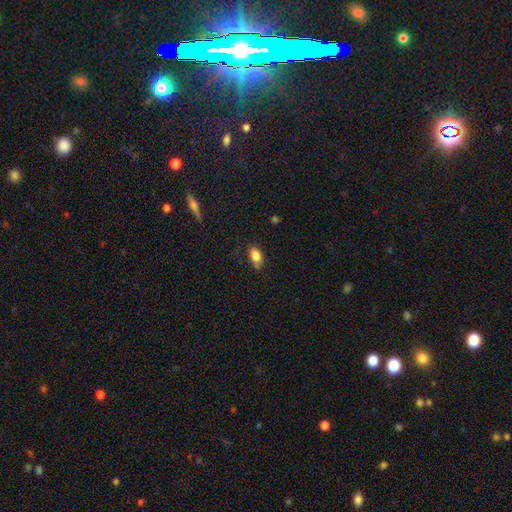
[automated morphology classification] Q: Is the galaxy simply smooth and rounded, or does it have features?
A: smooth — 84%.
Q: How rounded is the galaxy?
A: in between — 88%.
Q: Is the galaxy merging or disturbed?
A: none — 66%.